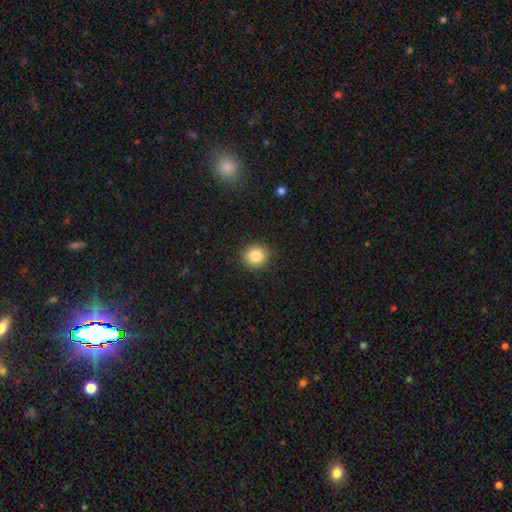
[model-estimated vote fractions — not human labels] Overall: smooth (85%). How rounded: round (91%). Merging: none (91%).